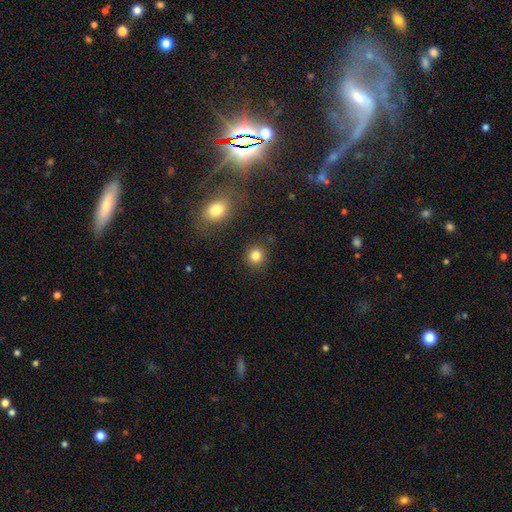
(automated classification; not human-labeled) Morphology: type=smooth (84%); roundness=round (90%); merging=none (87%).